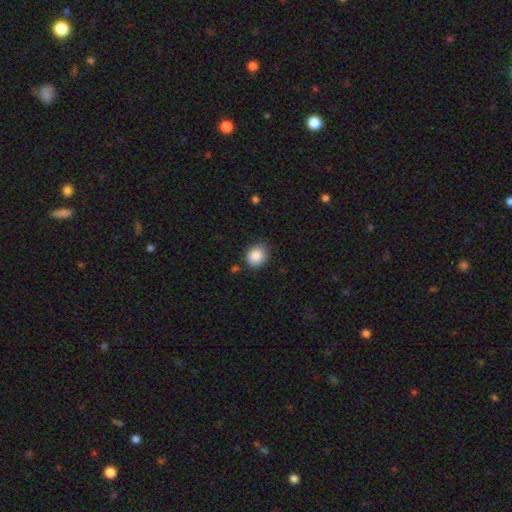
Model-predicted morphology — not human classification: type=smooth (86%); roundness=round (70%); merging=none (80%).